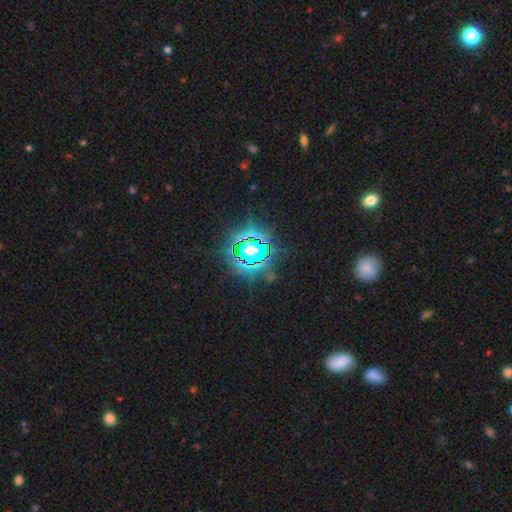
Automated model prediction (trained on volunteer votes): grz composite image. It shows a star or artifact, not a galaxy (79%).